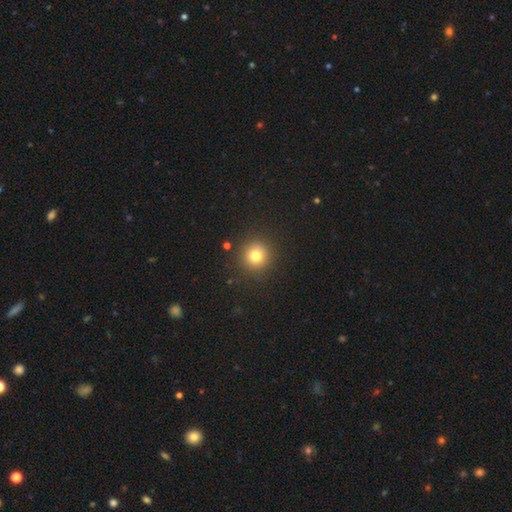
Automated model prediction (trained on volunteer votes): A smooth galaxy with no disk features (78%) that is round (95%). Merging: none (90%).